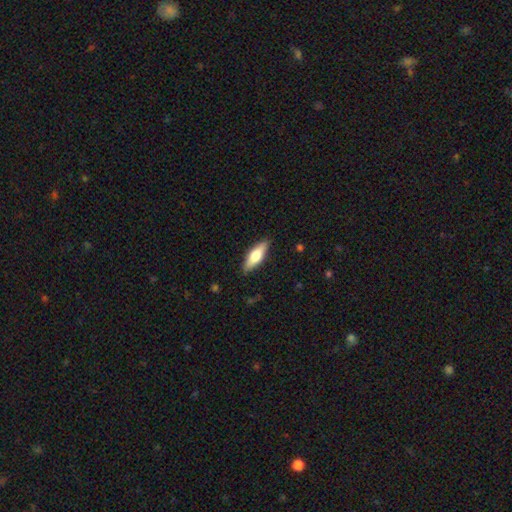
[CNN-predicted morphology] The model was most divided on "how rounded": in between: 56%, cigar-shaped: 42%, round: 2%. More confident: merging — none (87%); smooth or featured — smooth (65%).